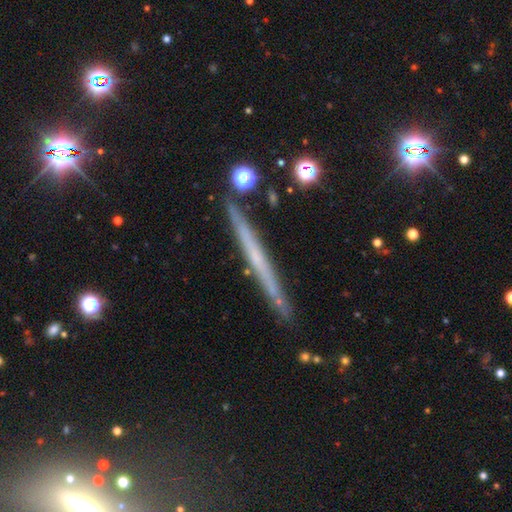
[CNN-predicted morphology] This appears to be a featured or disk galaxy (62%) viewed edge-on (97%) with no central bulge (84%). Merging: none (88%).